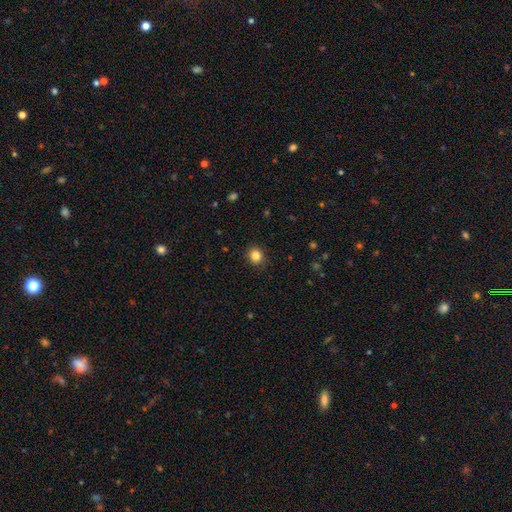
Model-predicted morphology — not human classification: smooth 84%, star or artifact 11%, featured or disk 5%. Down the decision tree: how rounded — round (86%); merging — none (90%).